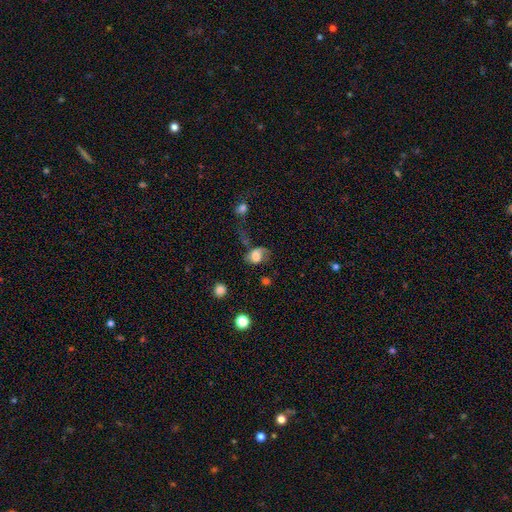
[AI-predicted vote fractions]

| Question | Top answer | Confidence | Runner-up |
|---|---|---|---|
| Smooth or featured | smooth | 54% | featured or disk (35%) |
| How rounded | in between | 62% | round (37%) |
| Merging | none | 37% | major disturbance (30%) |